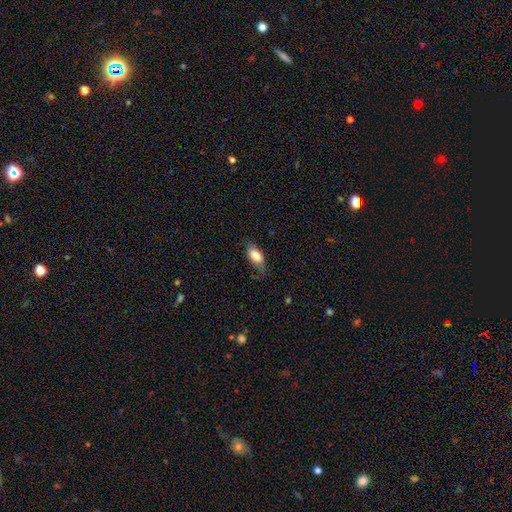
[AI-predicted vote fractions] This appears to be a smooth galaxy with no disk features (79%) that is in between round and cigar-shaped (86%). Merging: none (71%).